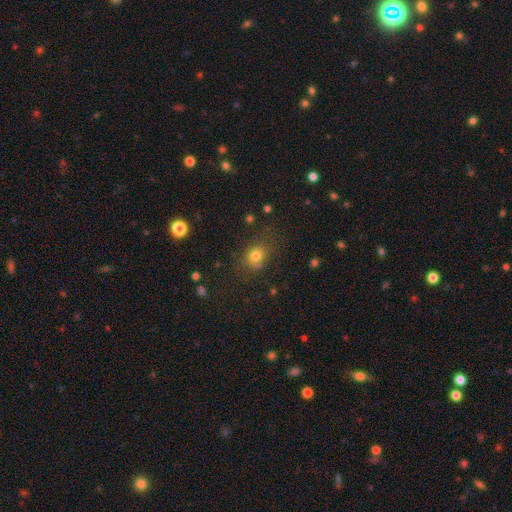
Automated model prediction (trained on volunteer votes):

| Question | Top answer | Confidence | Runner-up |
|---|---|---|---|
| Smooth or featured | smooth | 75% | star or artifact (16%) |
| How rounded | round | 64% | in between (34%) |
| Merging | none | 65% | minor disturbance (19%) |